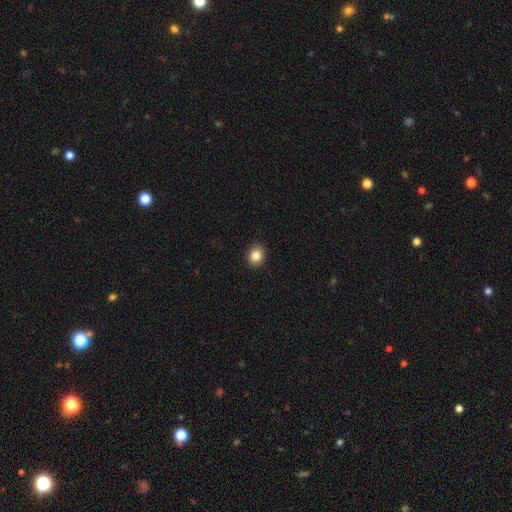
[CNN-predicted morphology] smooth_or_featured: smooth (p=0.85) [alt: star or artifact p=0.09]
how_rounded: round (p=0.60) [alt: in between p=0.39]
merging: none (p=0.91) [alt: minor disturbance p=0.06]